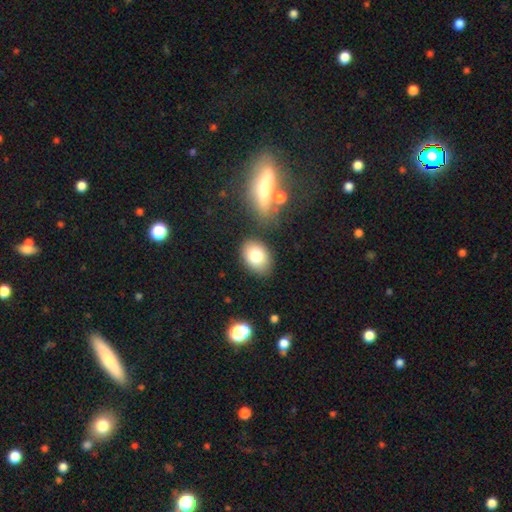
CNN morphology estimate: Smooth or featured: smooth — 80% (featured or disk — 11%)
How rounded: in between — 78% (round — 20%)
Merging: none — 79% (minor disturbance — 12%)